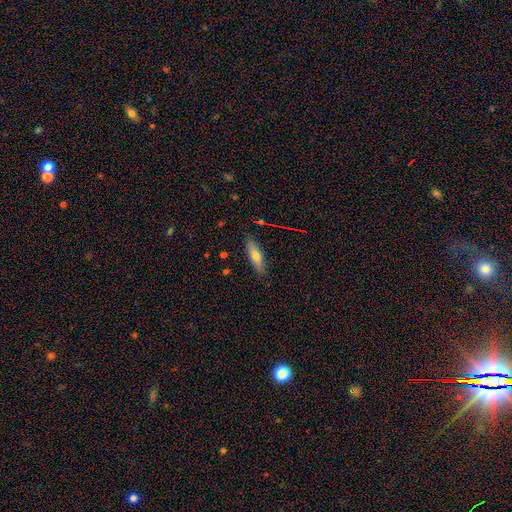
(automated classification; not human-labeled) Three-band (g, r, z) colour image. It shows a smooth galaxy with no disk features (67%) that is cigar-shaped (52%). Merging: none (85%).